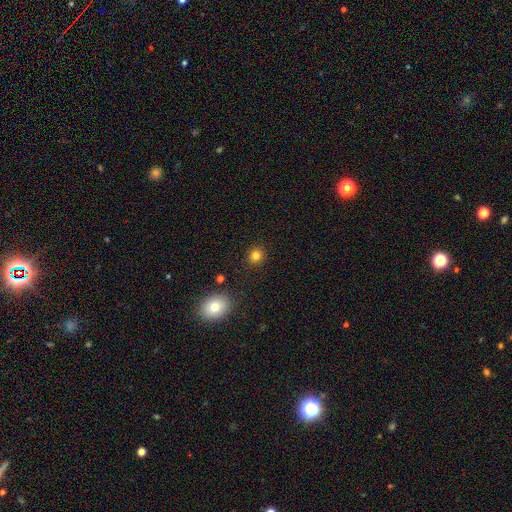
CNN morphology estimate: Overall: smooth (81%). How rounded: round (87%). Merging: none (90%).